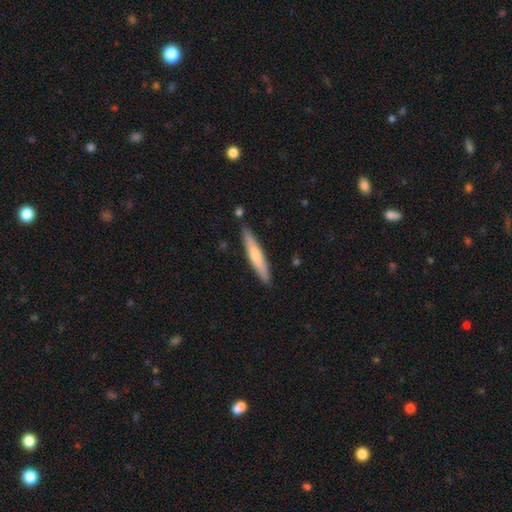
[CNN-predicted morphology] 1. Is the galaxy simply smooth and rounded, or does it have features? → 62% smooth, 33% featured or disk, 5% star or artifact.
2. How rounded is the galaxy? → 92% cigar-shaped, 7% in between, 1% round.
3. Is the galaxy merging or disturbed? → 86% none, 10% minor disturbance, 2% merger, 2% major disturbance.